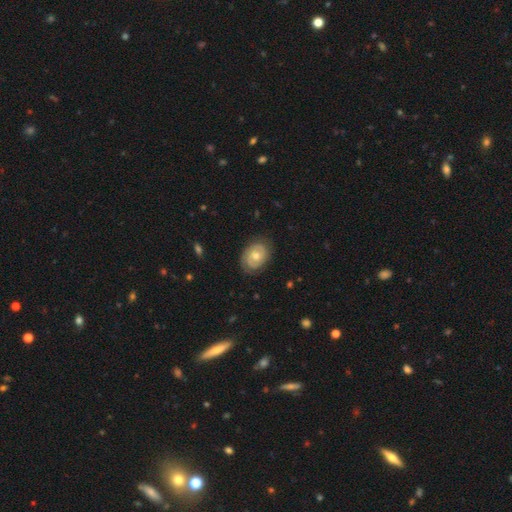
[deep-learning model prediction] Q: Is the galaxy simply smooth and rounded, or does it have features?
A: featured or disk — 60%.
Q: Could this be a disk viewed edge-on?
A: no — 96%.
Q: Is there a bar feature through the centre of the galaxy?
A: no — 78%.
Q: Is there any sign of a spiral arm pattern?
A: yes — 75%.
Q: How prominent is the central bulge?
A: moderate — 64%.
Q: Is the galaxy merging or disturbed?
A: none — 78%.